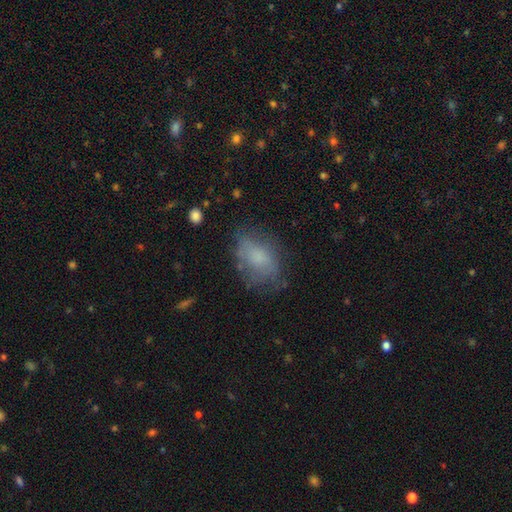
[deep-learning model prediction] smooth_or_featured: smooth (p=0.70) [alt: featured or disk p=0.20]
how_rounded: in between (p=0.82) [alt: round p=0.16]
merging: none (p=0.62) [alt: minor disturbance p=0.25]